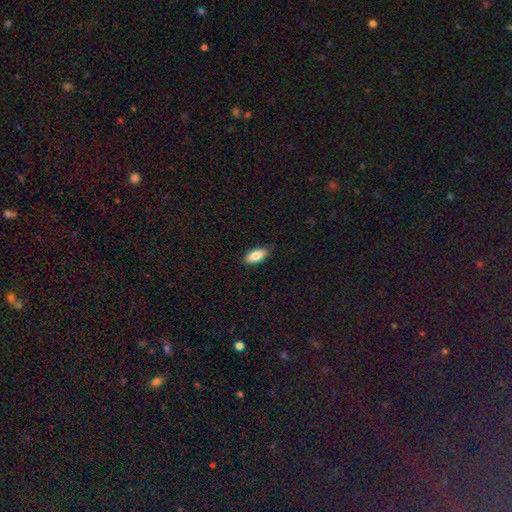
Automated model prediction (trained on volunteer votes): Smooth or featured: smooth — 82% (featured or disk — 11%)
How rounded: in between — 89% (cigar-shaped — 9%)
Merging: none — 86% (minor disturbance — 11%)